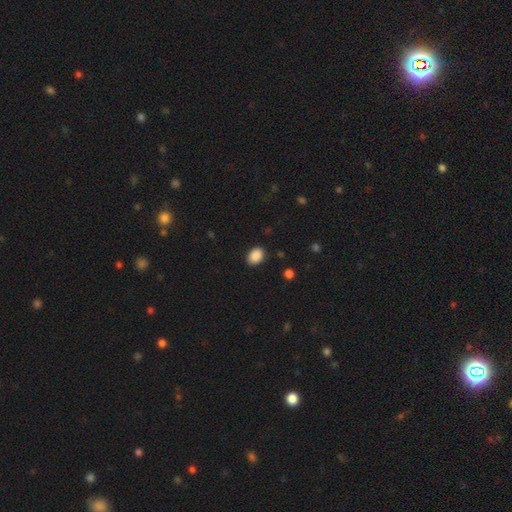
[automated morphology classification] Smooth or featured: smooth — 89% (star or artifact — 8%)
How rounded: in between — 73% (round — 26%)
Merging: none — 88% (minor disturbance — 8%)